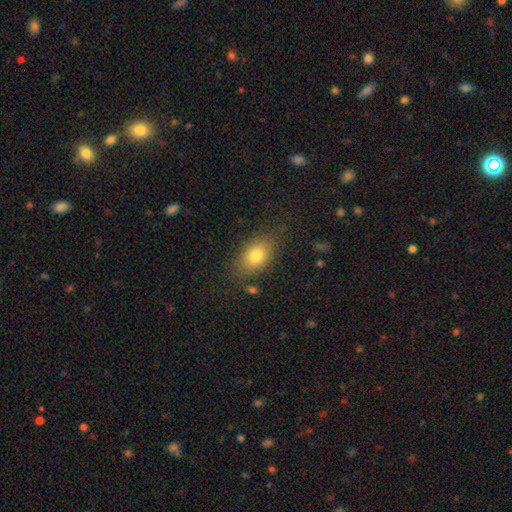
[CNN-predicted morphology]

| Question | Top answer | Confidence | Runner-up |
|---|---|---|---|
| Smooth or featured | smooth | 78% | featured or disk (13%) |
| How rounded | in between | 84% | round (14%) |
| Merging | none | 76% | minor disturbance (17%) |